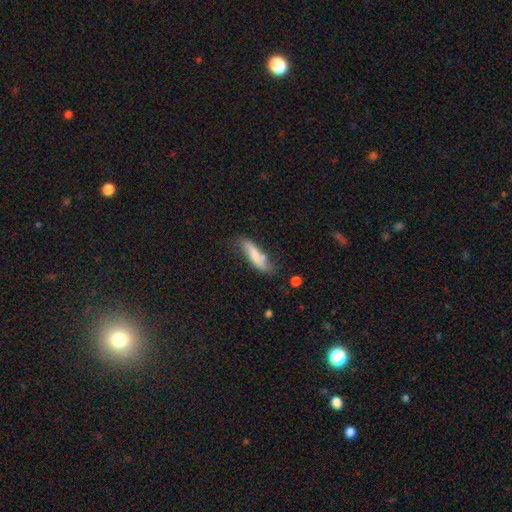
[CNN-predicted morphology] smooth 64%, featured or disk 29%, star or artifact 7%. Down the decision tree: how rounded — cigar-shaped (65%); merging — none (50%).